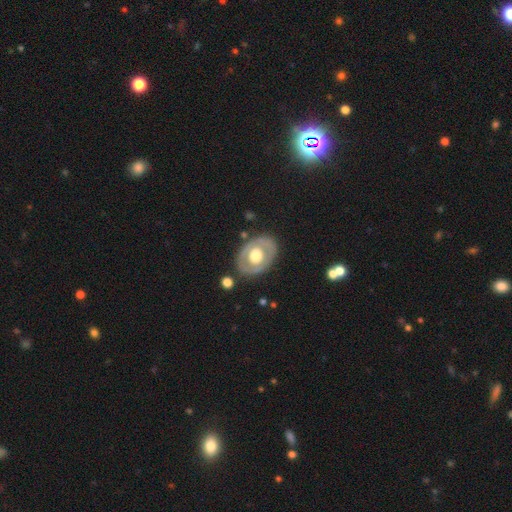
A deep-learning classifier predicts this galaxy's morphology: Q: Smooth or featured?
A: featured or disk (54%); runner-up: smooth (41%)
Q: Edge-on disk?
A: no (91%); runner-up: yes (9%)
Q: Merging?
A: none (80%); runner-up: minor disturbance (13%)